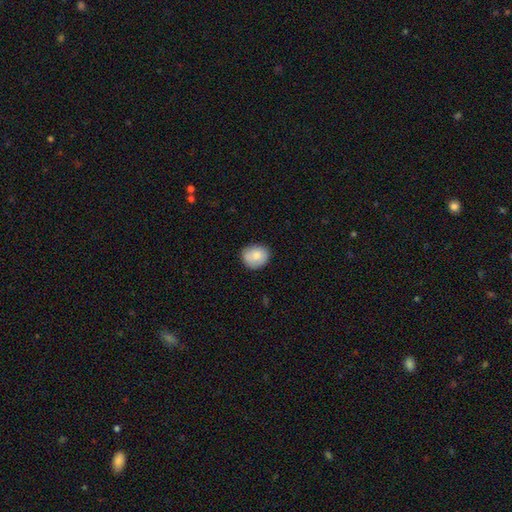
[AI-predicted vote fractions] smooth 82%, featured or disk 11%, star or artifact 7%. Down the decision tree: how rounded — round (70%); merging — none (81%).